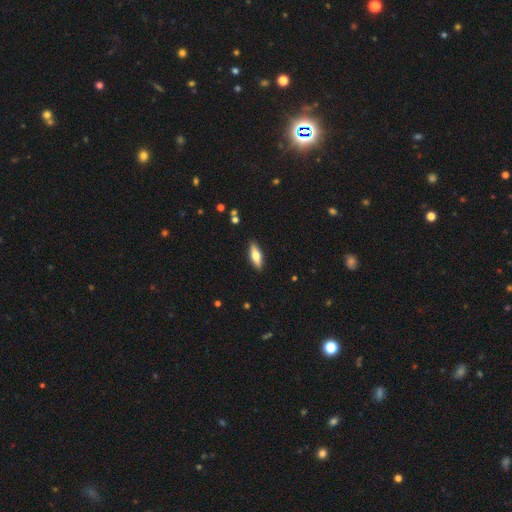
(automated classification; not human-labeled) This appears to be a smooth galaxy with no disk features (59%) that is in between round and cigar-shaped (55%). Merging: none (89%).